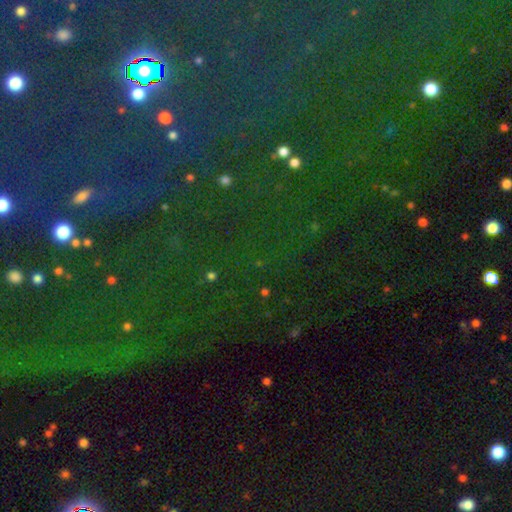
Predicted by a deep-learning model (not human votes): star or artifact 78%, smooth 13%, featured or disk 9%.